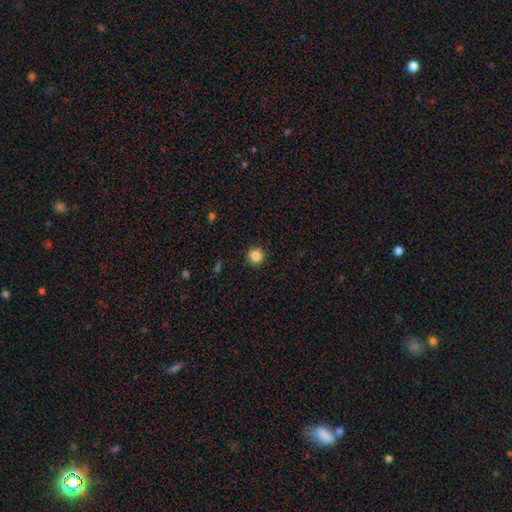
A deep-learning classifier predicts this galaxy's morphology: A smooth galaxy with no disk features (86%) that is round (94%).

Vote fractions:
- Smooth or featured? smooth: 86% / star or artifact: 10% / featured or disk: 4%
- How rounded? round: 94% / in between: 5% / cigar-shaped: 1%
- Merging? none: 91% / minor disturbance: 6% / major disturbance: 2% / merger: 1%